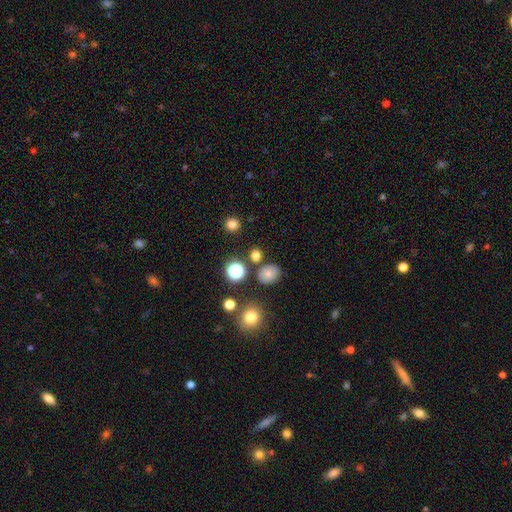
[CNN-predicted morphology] A smooth galaxy with no disk features (70%) that is round (72%). Merging: none (78%).